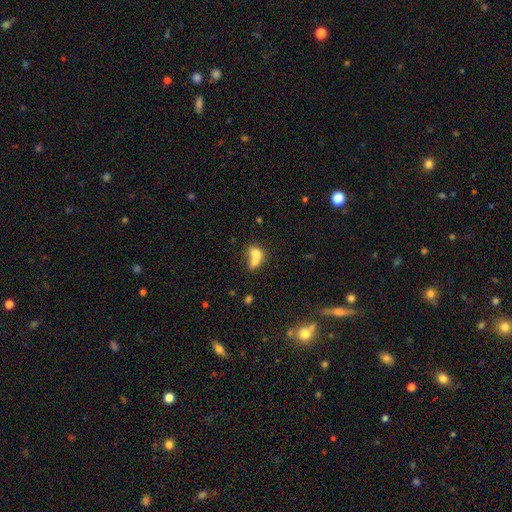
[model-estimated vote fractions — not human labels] smooth_or_featured: smooth (p=0.71) [alt: featured or disk p=0.19]
how_rounded: in between (p=0.63) [alt: round p=0.34]
merging: merger (p=0.68) [alt: none p=0.19]